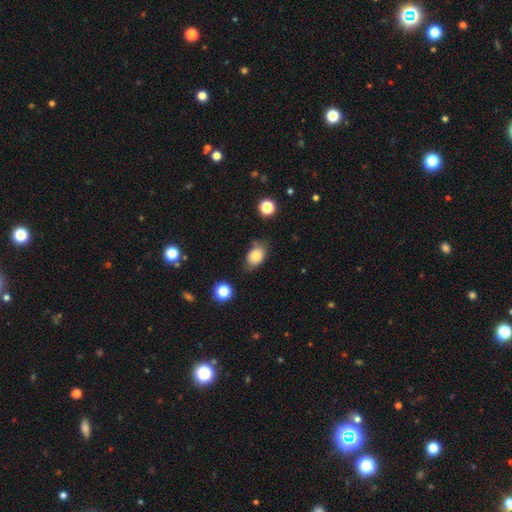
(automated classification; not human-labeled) Smooth or featured? Predicted: smooth (p=0.81). How rounded? Predicted: in between (p=0.82). Merging? Predicted: none (p=0.68).